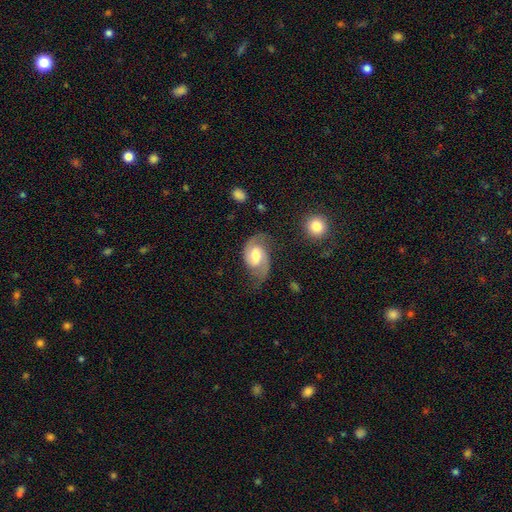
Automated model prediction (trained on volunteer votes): Smooth or featured: featured or disk — 79% (smooth — 16%)
Edge-on disk: no — 97% (yes — 3%)
Bar: weak — 50% (no — 36%)
Spiral arms: yes — 95% (no — 5%)
Spiral winding: medium — 52% (loose — 27%)
Spiral arm count: 2 — 89% (can't tell — 4%)
Bulge size: moderate — 63% (large — 20%)
Merging: none — 61% (minor disturbance — 24%)